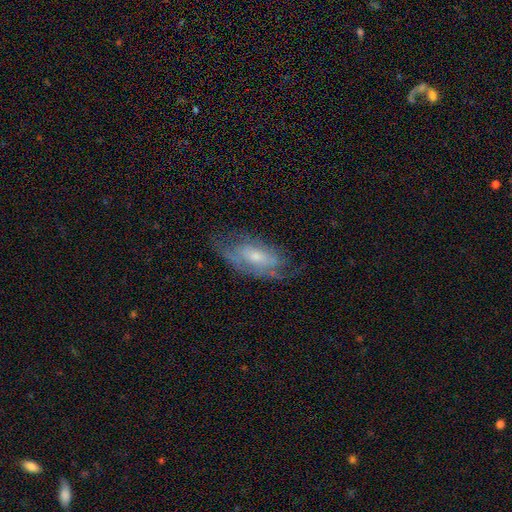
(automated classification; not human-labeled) This is possibly a featured or disk galaxy (58%). It is clearly not viewed edge-on (83%). Merging: likely none (71%).